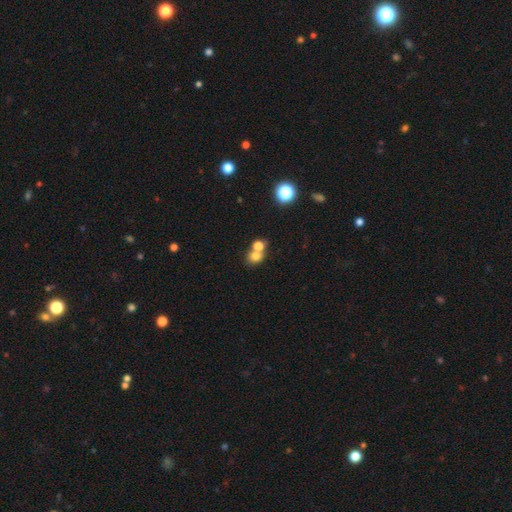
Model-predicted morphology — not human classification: This is likely a smooth galaxy (75%). How rounded: likely round (65%). Merging: possibly merger (53%).